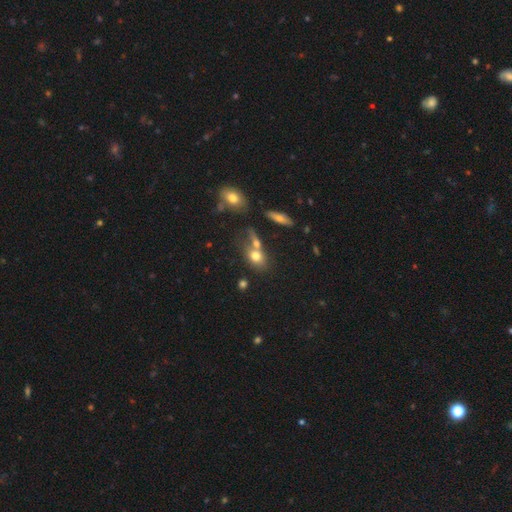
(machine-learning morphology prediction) smooth 72%, featured or disk 16%, star or artifact 12%. Down the decision tree: how rounded — in between (61%); merging — merger (42%).